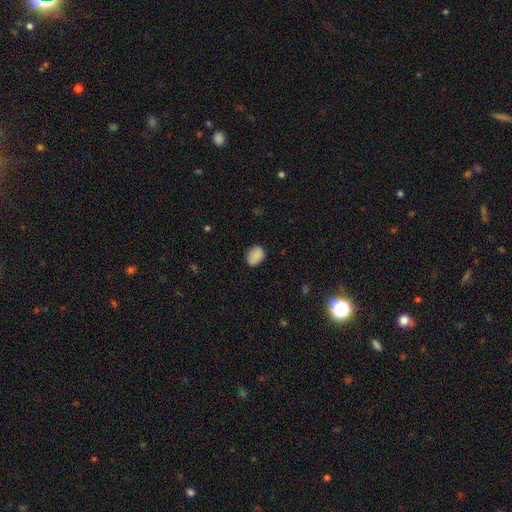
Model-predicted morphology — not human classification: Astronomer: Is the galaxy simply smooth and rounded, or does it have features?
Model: smooth — 87%.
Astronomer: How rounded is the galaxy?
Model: in between — 68%.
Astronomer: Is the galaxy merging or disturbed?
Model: none — 79%.